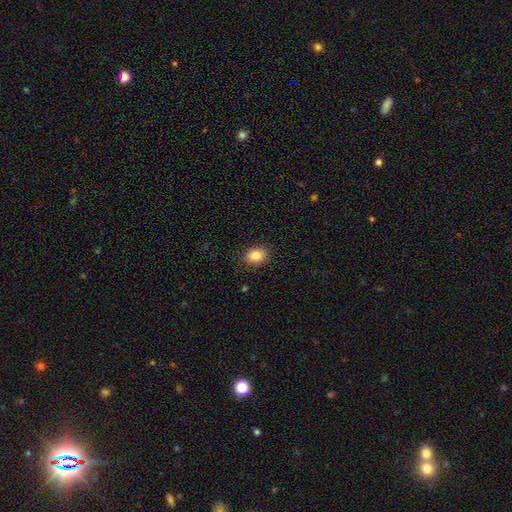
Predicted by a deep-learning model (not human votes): This appears to be a smooth galaxy with no disk features (85%) that is in between round and cigar-shaped (65%). Merging: none (88%).